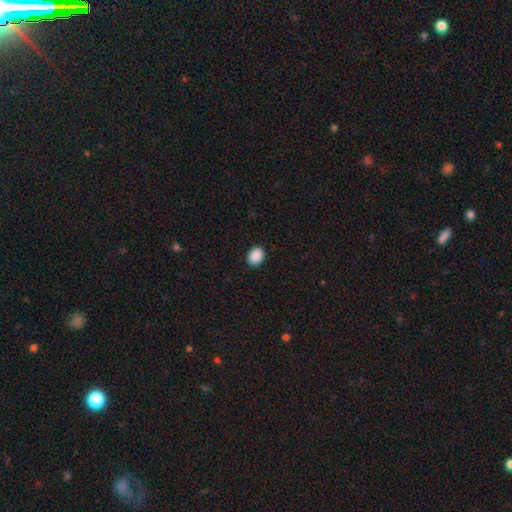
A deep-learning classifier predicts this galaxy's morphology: Smooth or featured?
  - smooth: 90% *
  - star or artifact: 8%
  - featured or disk: 2%
How rounded?
  - round: 53% *
  - in between: 46%
  - cigar-shaped: 1%
Merging?
  - none: 91% *
  - minor disturbance: 6%
  - major disturbance: 2%
  - merger: 1%